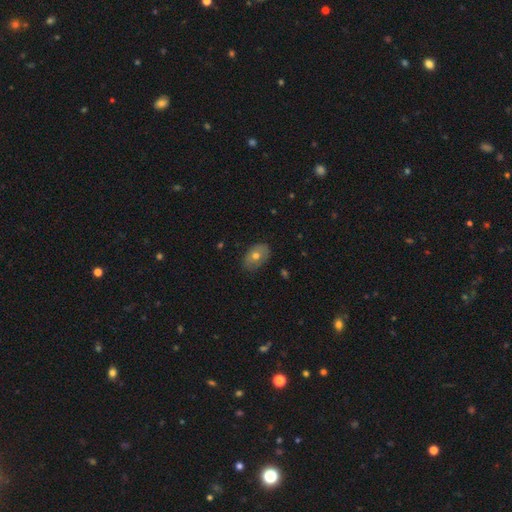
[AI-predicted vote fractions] Morphology: type=smooth (63%); roundness=in between (82%); merging=none (78%).